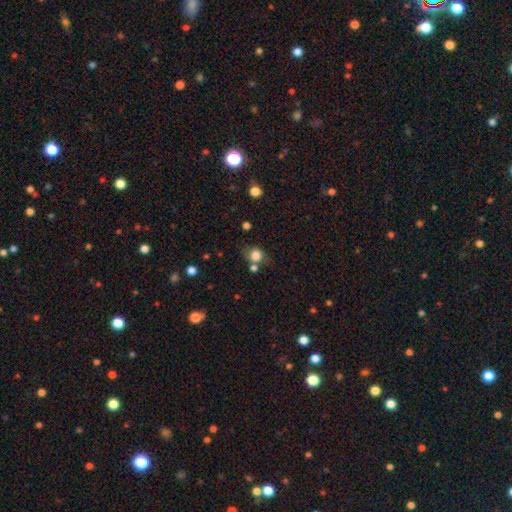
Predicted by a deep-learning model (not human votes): A smooth galaxy with no disk features (81%) that is round (73%). Merging: none (63%).